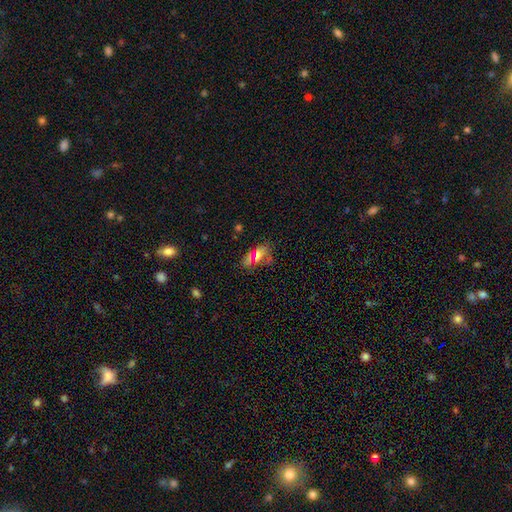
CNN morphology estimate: smooth-or-featured: smooth: 57% | star or artifact: 28% | featured or disk: 15%
  how-rounded: in between: 81% | round: 11% | cigar-shaped: 8%
  merging: none: 72% | minor disturbance: 17% | major disturbance: 7% | merger: 4%